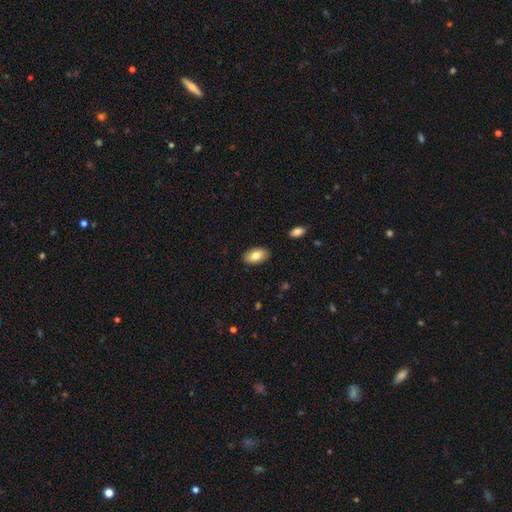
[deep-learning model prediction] smooth-or-featured: smooth: 78% | featured or disk: 15% | star or artifact: 6%
  how-rounded: in between: 94% | round: 4% | cigar-shaped: 2%
  merging: none: 87% | minor disturbance: 9% | major disturbance: 2% | merger: 1%